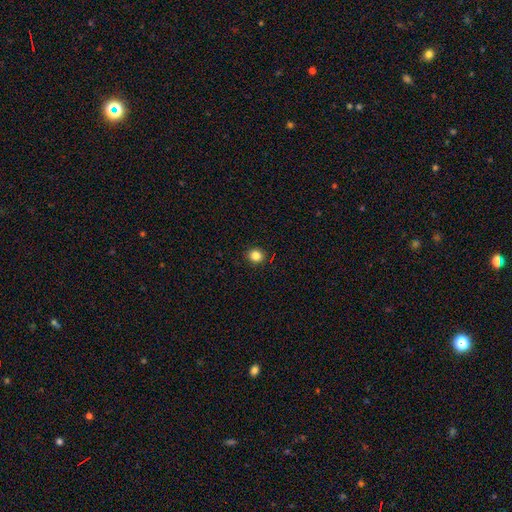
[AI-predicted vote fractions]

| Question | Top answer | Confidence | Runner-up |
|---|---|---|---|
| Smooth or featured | smooth | 83% | star or artifact (12%) |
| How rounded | round | 84% | in between (15%) |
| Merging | none | 92% | minor disturbance (6%) |